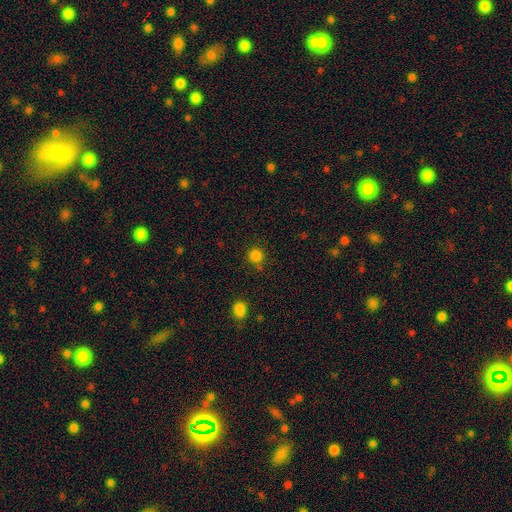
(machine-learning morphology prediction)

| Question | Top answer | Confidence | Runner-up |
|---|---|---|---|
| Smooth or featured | smooth | 83% | star or artifact (14%) |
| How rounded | round | 93% | in between (6%) |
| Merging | none | 80% | minor disturbance (10%) |